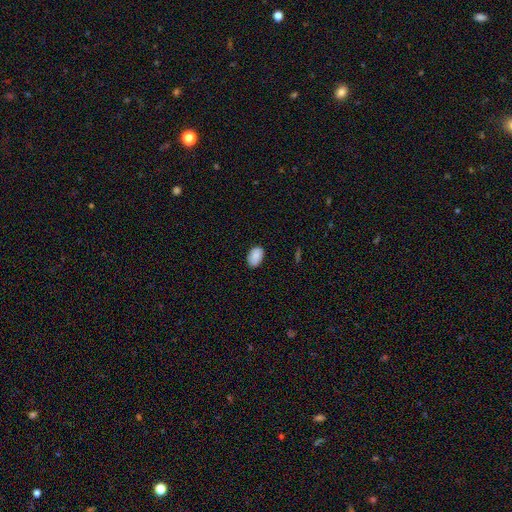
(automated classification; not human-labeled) A smooth galaxy with no disk features (87%) that is in between round and cigar-shaped (89%). Merging: none (84%).